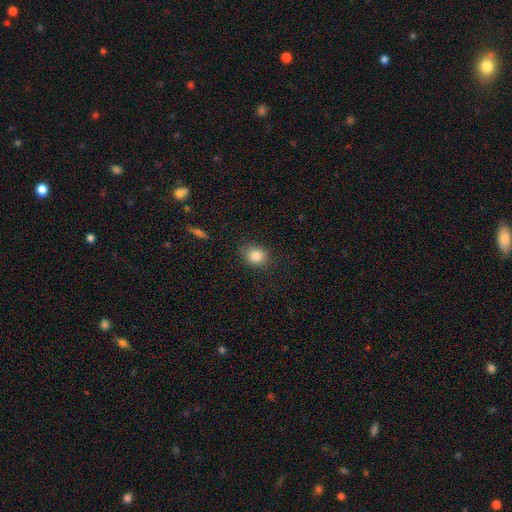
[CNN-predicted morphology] This is clearly a smooth galaxy (85%). How rounded: possibly round (57%). Merging: clearly none (82%).